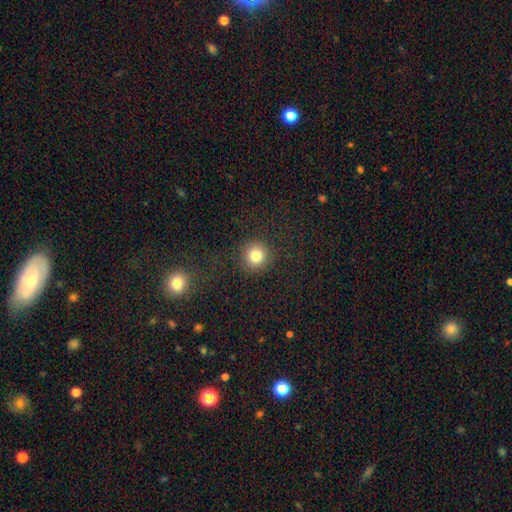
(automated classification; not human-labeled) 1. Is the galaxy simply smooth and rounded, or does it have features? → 81% smooth, 12% star or artifact, 7% featured or disk.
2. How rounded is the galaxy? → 93% round, 6% in between, 1% cigar-shaped.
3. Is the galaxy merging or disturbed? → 89% none, 6% minor disturbance, 3% major disturbance, 1% merger.